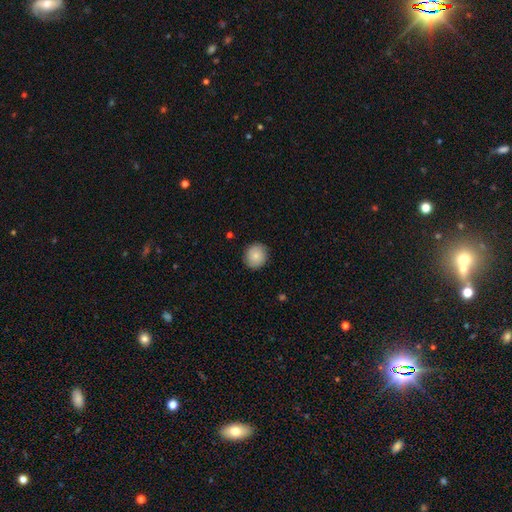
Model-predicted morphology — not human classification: type=smooth (84%); roundness=round (86%); merging=none (88%).